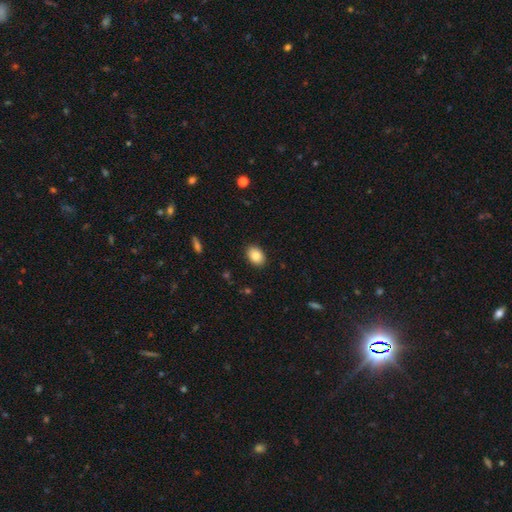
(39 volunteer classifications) Smooth or featured?
  - smooth: 85% *
  - star or artifact: 10%
  - featured or disk: 5%
How rounded?
  - in between: 85% *
  - round: 15%
  - cigar-shaped: 0%
Merging?
  - none: 94% *
  - minor disturbance: 6%
  - major disturbance: 0%
  - merger: 0%